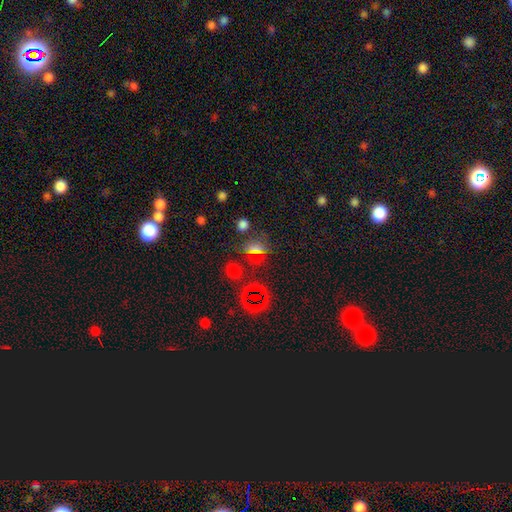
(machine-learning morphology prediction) Smooth or featured? smooth (45%, tied with star or artifact)
Merging? none (73%)